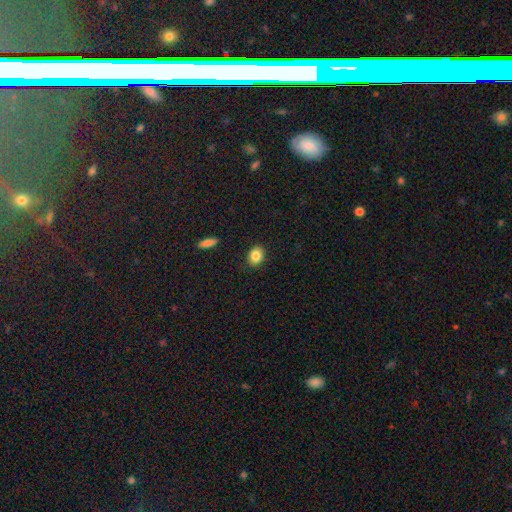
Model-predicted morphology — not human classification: smooth 84%, star or artifact 9%, featured or disk 7%. Down the decision tree: how rounded — in between (58%); merging — none (88%).